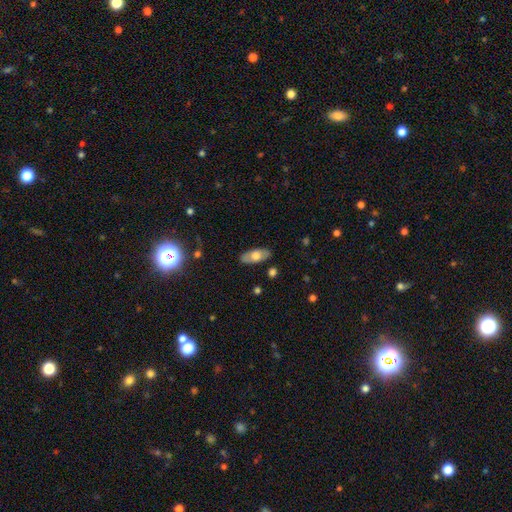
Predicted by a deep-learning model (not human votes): smooth_or_featured: smooth (p=0.63) [alt: featured or disk p=0.31]
how_rounded: in between (p=0.86) [alt: cigar-shaped p=0.12]
merging: none (p=0.85) [alt: minor disturbance p=0.11]